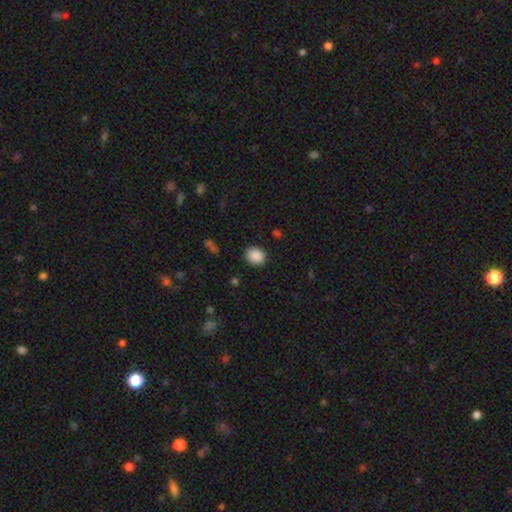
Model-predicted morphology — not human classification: type=smooth (89%); roundness=round (57%); merging=none (89%).